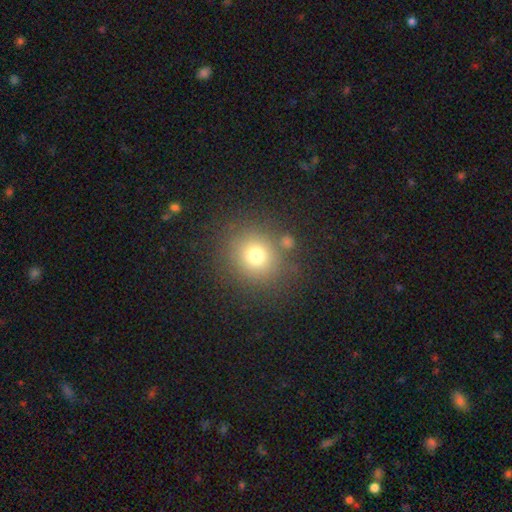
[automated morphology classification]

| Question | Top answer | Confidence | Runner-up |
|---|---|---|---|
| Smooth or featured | smooth | 74% | star or artifact (16%) |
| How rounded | round | 86% | in between (13%) |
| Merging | none | 80% | minor disturbance (9%) |